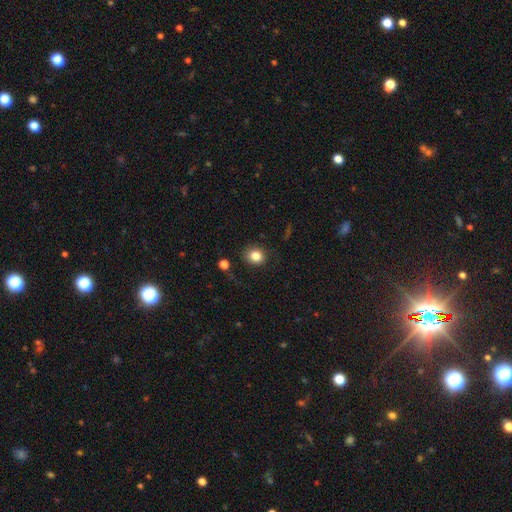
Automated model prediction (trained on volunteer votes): Smooth or featured?
  - smooth: 83% *
  - star or artifact: 10%
  - featured or disk: 6%
How rounded?
  - round: 72% *
  - in between: 28%
  - cigar-shaped: 1%
Merging?
  - none: 81% *
  - minor disturbance: 12%
  - major disturbance: 5%
  - merger: 2%